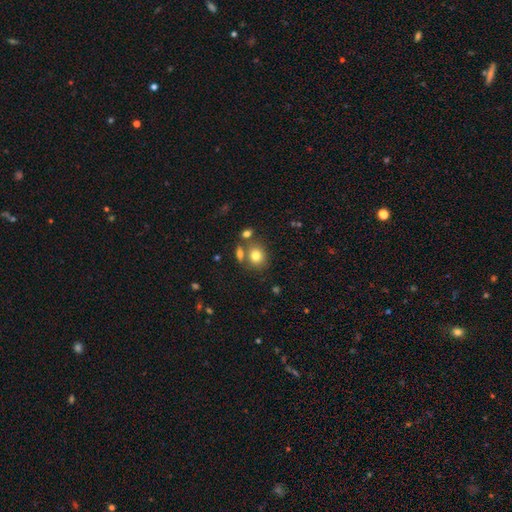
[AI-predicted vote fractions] Morphology: type=smooth (79%); roundness=round (69%); merging=none (64%).